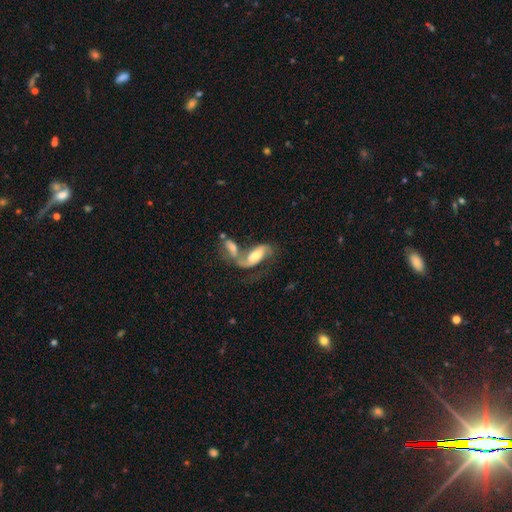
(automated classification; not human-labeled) featured or disk 62%, smooth 31%, star or artifact 7%. Down the decision tree: edge-on disk — no (90%); bar — no (49%); spiral arms — yes (84%); bulge size — moderate (52%); merging — merger (61%).